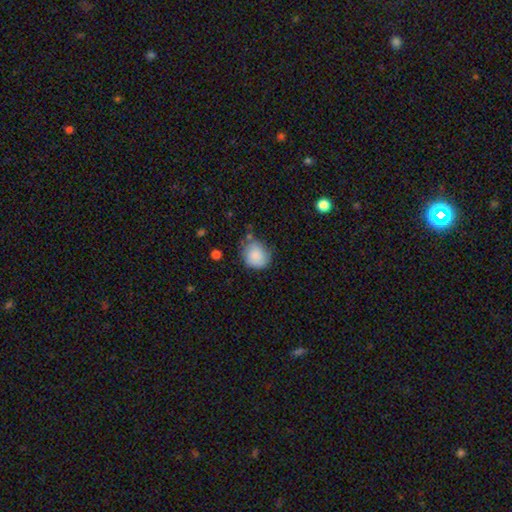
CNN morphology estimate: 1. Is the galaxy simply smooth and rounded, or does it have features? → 84% smooth, 9% featured or disk, 7% star or artifact.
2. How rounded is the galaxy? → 76% round, 23% in between, 1% cigar-shaped.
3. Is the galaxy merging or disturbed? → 60% none, 28% minor disturbance, 7% major disturbance, 5% merger.